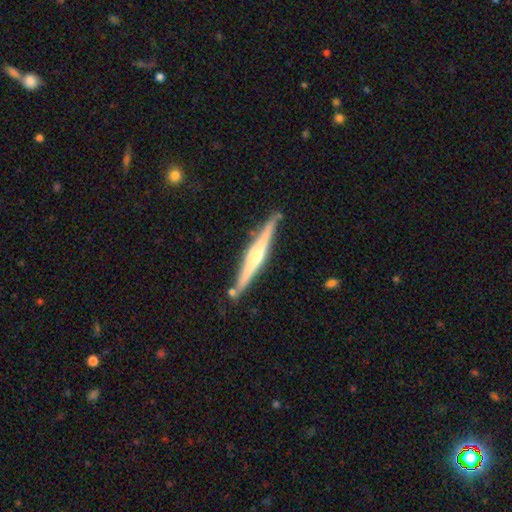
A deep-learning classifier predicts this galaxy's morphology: Smooth or featured? featured or disk (79%)
Edge-on disk? yes (98%)
Edge-on bulge? rounded (82%)
Merging? none (88%)